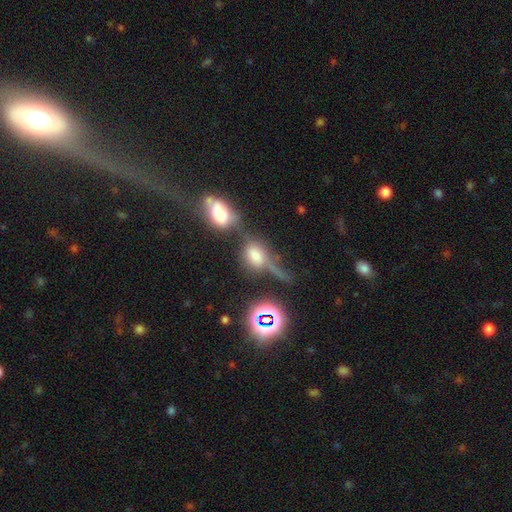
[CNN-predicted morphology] This is possibly a smooth galaxy (50%). Merging: marginally merger (40%).